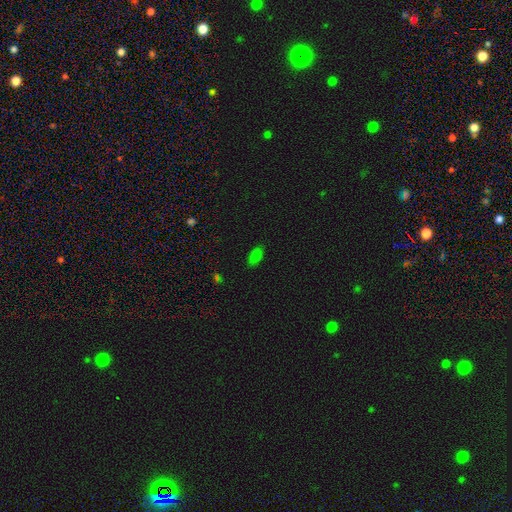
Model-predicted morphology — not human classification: A smooth galaxy with no disk features (81%) that is in between round and cigar-shaped (91%). Merging: none (85%).